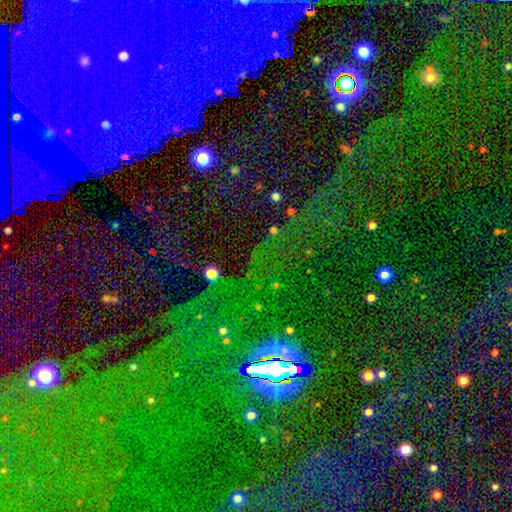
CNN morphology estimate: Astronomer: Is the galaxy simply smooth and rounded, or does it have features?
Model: star or artifact — 75%.